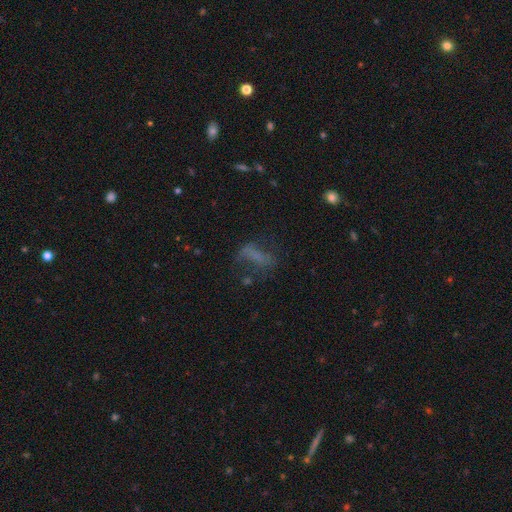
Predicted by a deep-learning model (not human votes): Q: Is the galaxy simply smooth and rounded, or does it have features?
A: smooth — 47%.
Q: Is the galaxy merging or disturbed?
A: none — 44%.